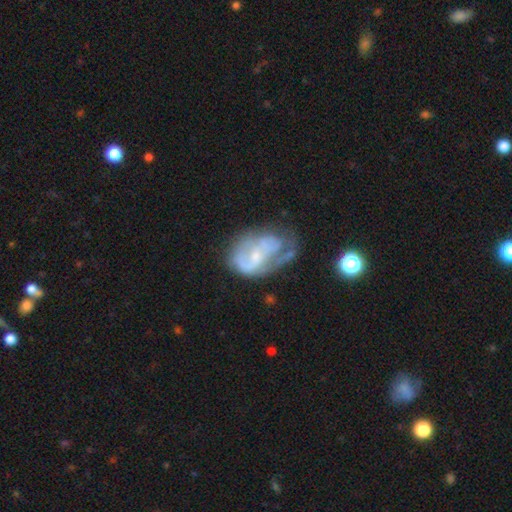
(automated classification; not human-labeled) Q: Smooth or featured?
A: featured or disk (65%); runner-up: smooth (27%)
Q: Edge-on disk?
A: no (96%); runner-up: yes (4%)
Q: Bar?
A: no (61%); runner-up: weak (31%)
Q: Spiral arms?
A: yes (56%); runner-up: no (44%)
Q: Bulge size?
A: small (63%); runner-up: moderate (25%)
Q: Merging?
A: major disturbance (37%); runner-up: minor disturbance (28%)